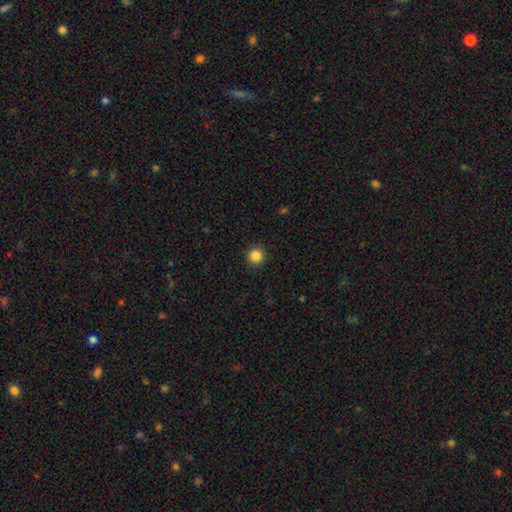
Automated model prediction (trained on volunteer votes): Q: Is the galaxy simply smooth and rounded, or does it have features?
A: smooth — 86%.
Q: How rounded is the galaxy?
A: round — 95%.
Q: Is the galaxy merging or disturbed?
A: none — 93%.